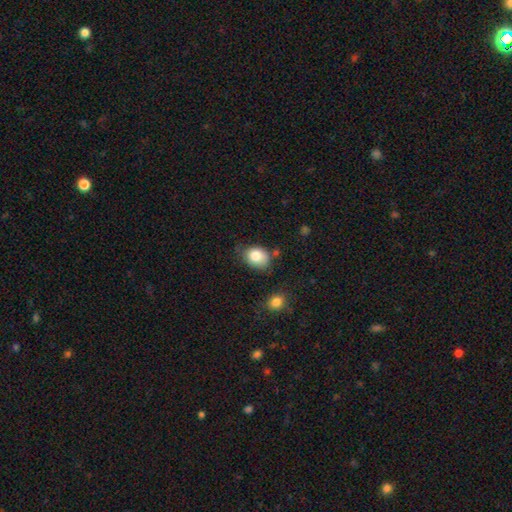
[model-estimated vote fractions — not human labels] Q: Smooth or featured?
A: smooth (83%); runner-up: star or artifact (9%)
Q: How rounded?
A: in between (57%); runner-up: round (42%)
Q: Merging?
A: none (66%); runner-up: minor disturbance (24%)